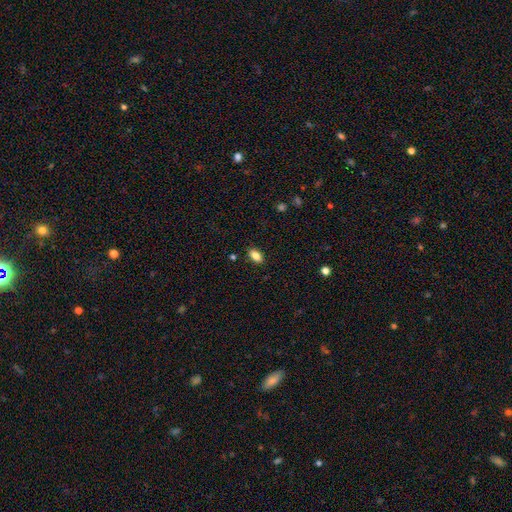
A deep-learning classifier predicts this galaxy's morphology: This is clearly a smooth galaxy (83%). How rounded: clearly in between (89%). Merging: clearly none (88%).